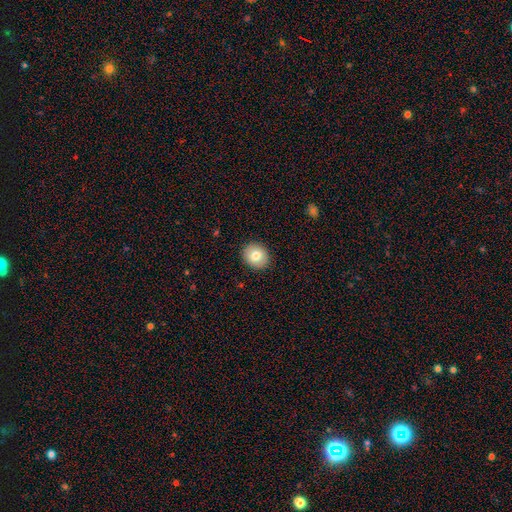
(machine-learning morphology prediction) Smooth or featured: smooth — 80% (featured or disk — 12%)
How rounded: round — 75% (in between — 24%)
Merging: none — 91% (minor disturbance — 6%)